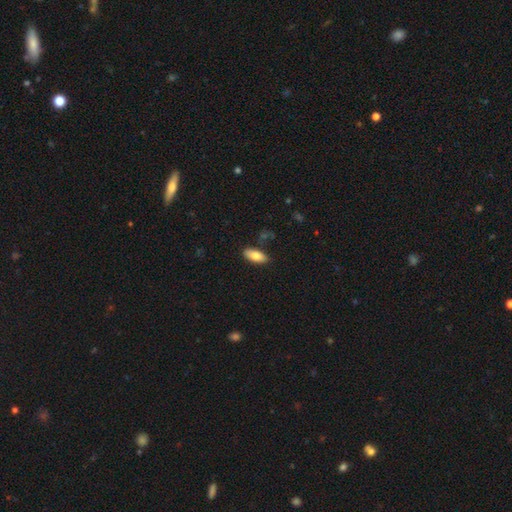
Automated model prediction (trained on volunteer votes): A smooth galaxy with no disk features (78%) that is in between round and cigar-shaped (85%). Merging: none (85%).